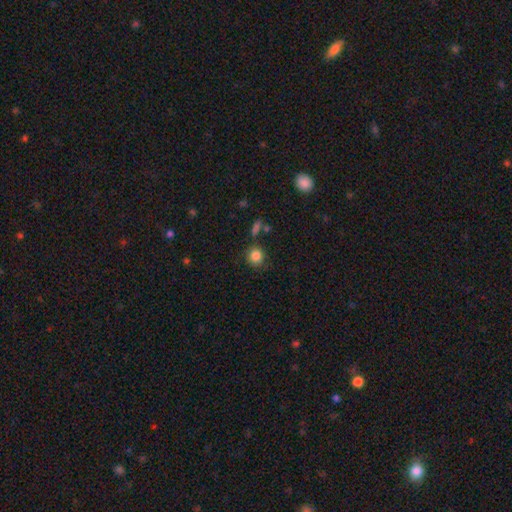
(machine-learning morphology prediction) Q: Smooth or featured?
A: smooth (85%); runner-up: star or artifact (10%)
Q: How rounded?
A: round (87%); runner-up: in between (12%)
Q: Merging?
A: none (81%); runner-up: minor disturbance (11%)